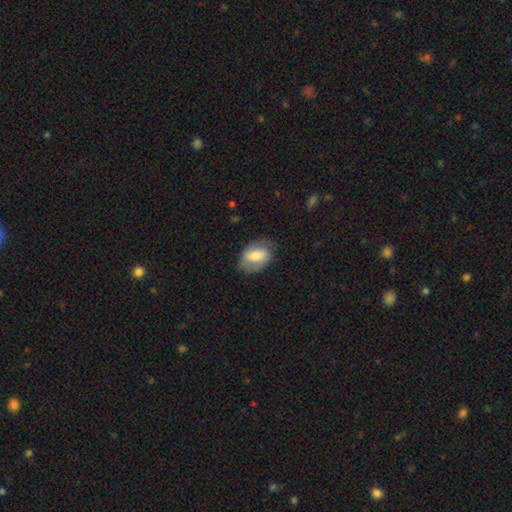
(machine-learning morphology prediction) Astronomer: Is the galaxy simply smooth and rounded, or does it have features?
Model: smooth — 65%.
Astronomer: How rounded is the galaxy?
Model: in between — 80%.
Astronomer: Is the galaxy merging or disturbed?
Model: none — 68%.